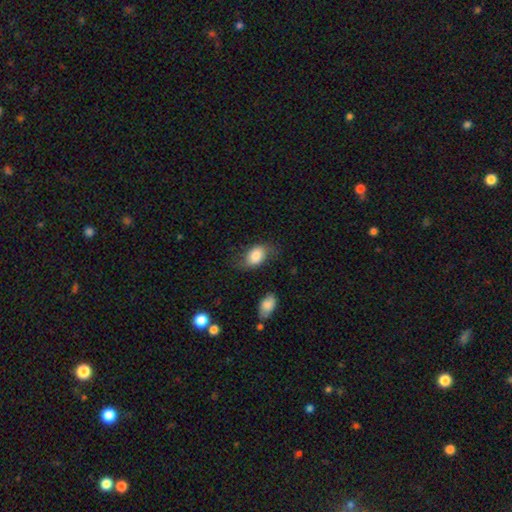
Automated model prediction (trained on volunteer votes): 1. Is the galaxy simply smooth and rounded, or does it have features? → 79% smooth, 14% featured or disk, 7% star or artifact.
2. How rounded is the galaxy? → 84% in between, 15% round, 2% cigar-shaped.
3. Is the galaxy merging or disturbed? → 60% none, 27% minor disturbance, 10% major disturbance, 3% merger.